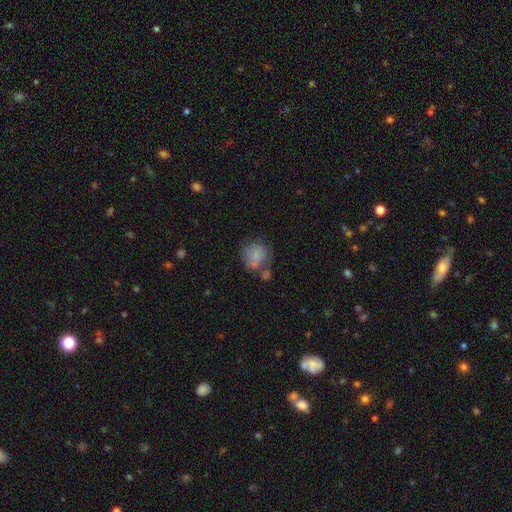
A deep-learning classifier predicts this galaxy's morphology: smooth 73%, featured or disk 17%, star or artifact 10%. Down the decision tree: how rounded — round (71%); merging — none (40%).